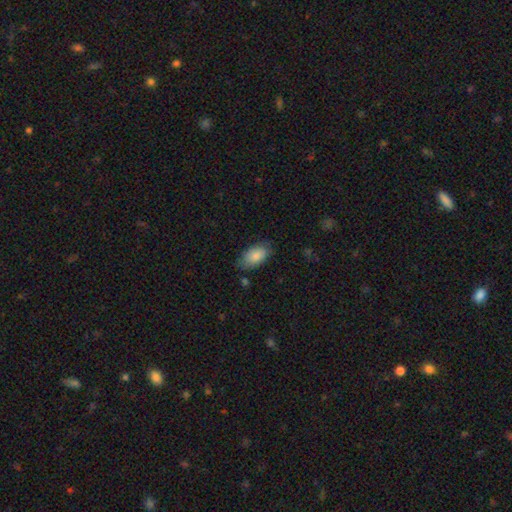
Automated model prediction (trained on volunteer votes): Morphology: type=smooth (83%); roundness=in between (94%); merging=none (71%).